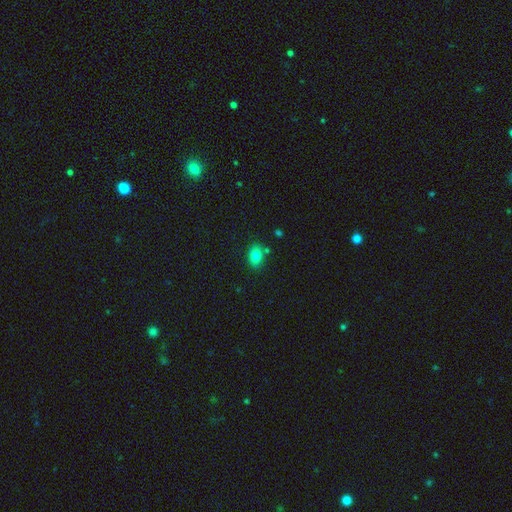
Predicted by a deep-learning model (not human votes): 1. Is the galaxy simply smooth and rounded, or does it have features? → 84% smooth, 10% star or artifact, 6% featured or disk.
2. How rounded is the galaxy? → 81% in between, 18% round, 1% cigar-shaped.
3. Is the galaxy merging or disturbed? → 77% none, 13% minor disturbance, 7% merger, 3% major disturbance.